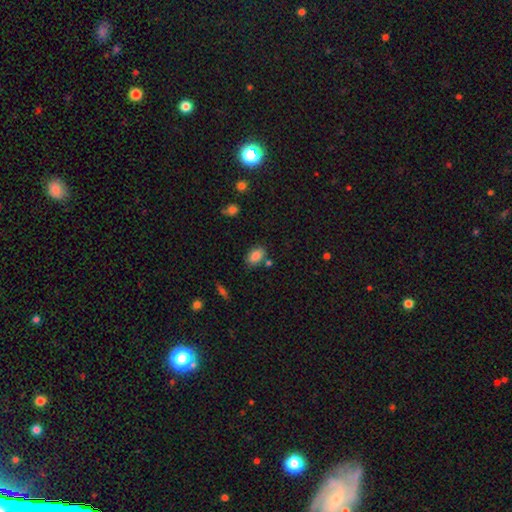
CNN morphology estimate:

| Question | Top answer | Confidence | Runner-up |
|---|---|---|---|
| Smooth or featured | smooth | 85% | star or artifact (9%) |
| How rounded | in between | 86% | round (12%) |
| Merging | none | 77% | minor disturbance (13%) |